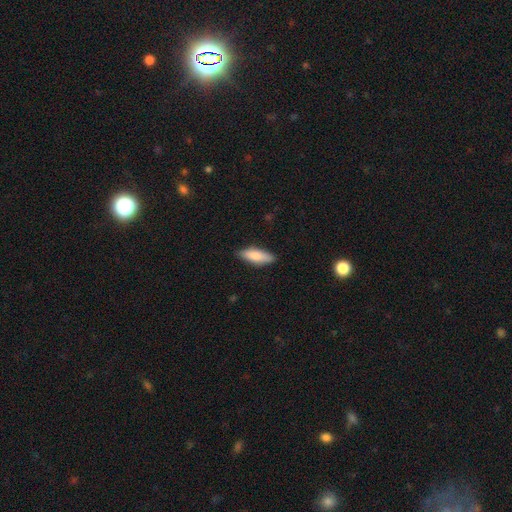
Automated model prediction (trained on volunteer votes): Smooth or featured? Predicted: smooth (p=0.81). How rounded? Predicted: in between (p=0.59). Merging? Predicted: none (p=0.86).